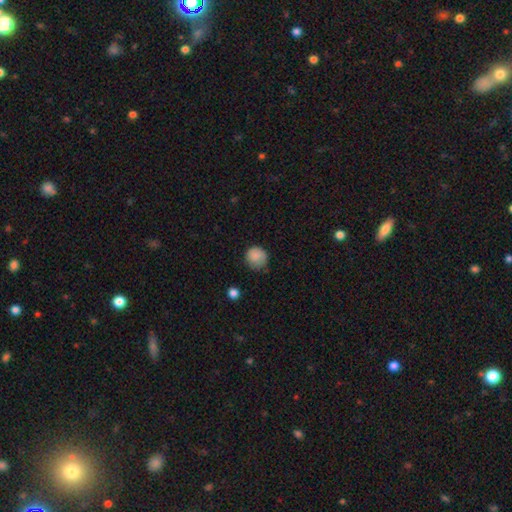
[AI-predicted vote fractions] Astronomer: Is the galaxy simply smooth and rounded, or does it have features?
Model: smooth — 86%.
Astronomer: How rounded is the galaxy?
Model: round — 90%.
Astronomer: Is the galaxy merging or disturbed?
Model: none — 69%.